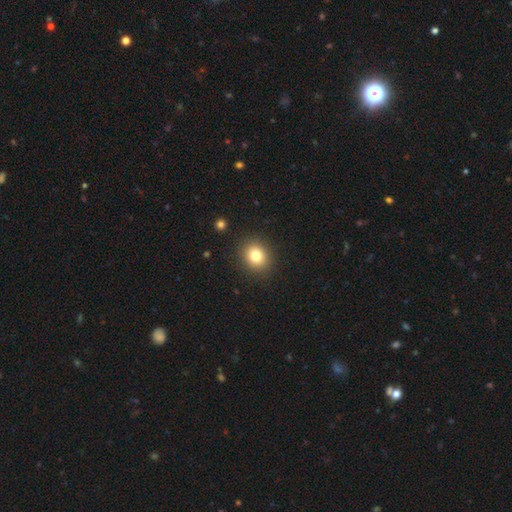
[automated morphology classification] smooth_or_featured: smooth (p=0.80) [alt: star or artifact p=0.11]
how_rounded: round (p=0.74) [alt: in between p=0.25]
merging: none (p=0.90) [alt: minor disturbance p=0.07]